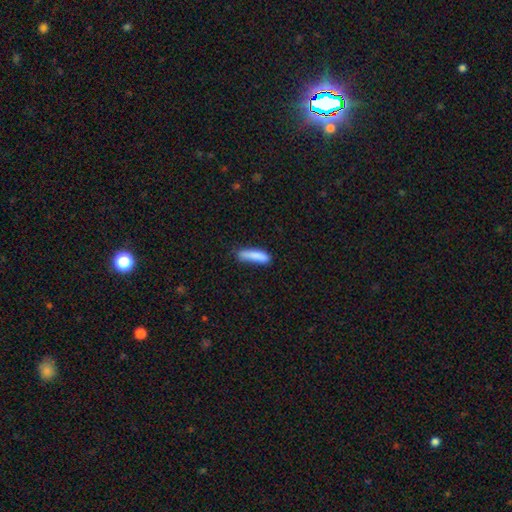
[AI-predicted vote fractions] Smooth or featured? smooth (85%)
How rounded? cigar-shaped (78%)
Merging? none (67%)